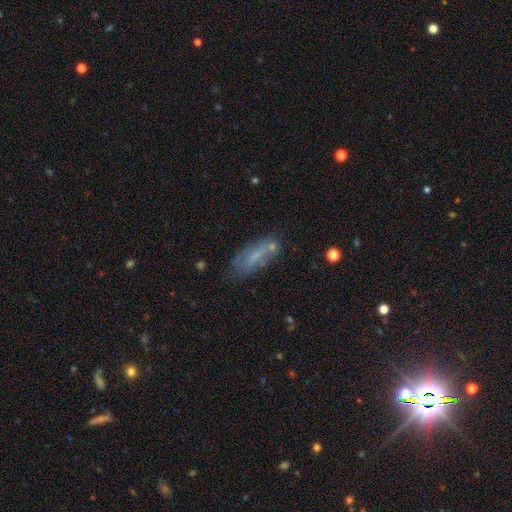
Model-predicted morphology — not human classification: This appears to be a smooth galaxy with no disk features (54%) that is in between round and cigar-shaped (55%). Merging: none (55%).